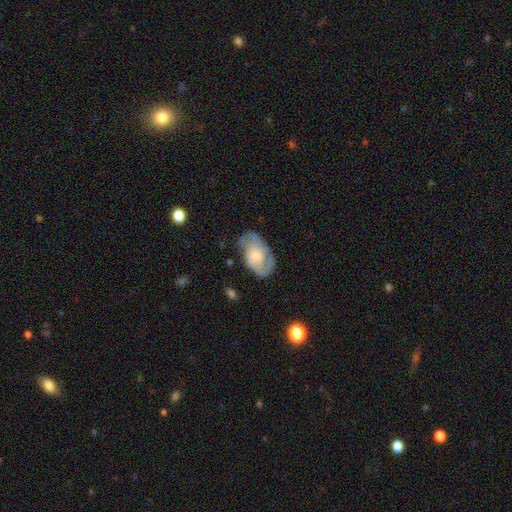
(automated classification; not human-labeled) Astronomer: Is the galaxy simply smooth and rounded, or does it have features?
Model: featured or disk — 68%.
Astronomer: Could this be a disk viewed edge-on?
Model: no — 97%.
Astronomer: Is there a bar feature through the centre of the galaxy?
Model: no — 64%.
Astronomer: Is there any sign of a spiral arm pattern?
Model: yes — 85%.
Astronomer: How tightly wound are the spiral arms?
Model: medium — 45% (runner-up: tight, 37%).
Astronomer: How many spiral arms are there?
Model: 2 — 55%.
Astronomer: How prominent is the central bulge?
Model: moderate — 40% (runner-up: small, 29%).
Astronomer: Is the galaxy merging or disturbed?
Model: none — 59%.